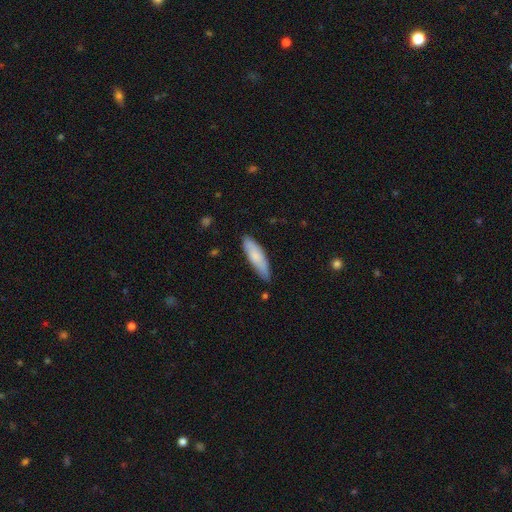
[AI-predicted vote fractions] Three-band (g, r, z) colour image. It shows a smooth galaxy with no disk features (76%) that is cigar-shaped (61%). Merging: none (77%).